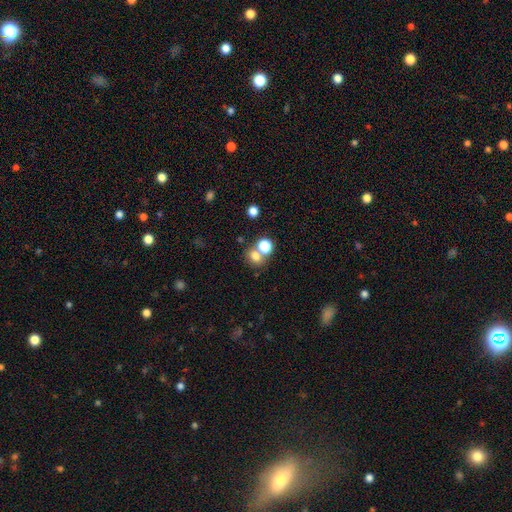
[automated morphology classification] Smooth or featured? smooth (73%)
How rounded? round (69%)
Merging? none (52%)